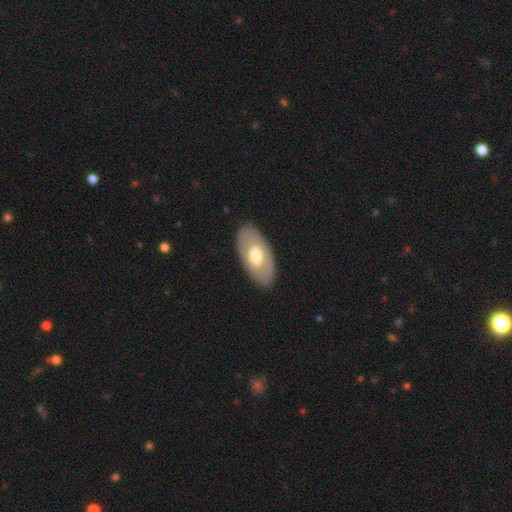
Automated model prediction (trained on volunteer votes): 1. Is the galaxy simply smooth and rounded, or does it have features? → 55% smooth, 40% featured or disk, 5% star or artifact.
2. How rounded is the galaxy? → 94% in between, 4% round, 3% cigar-shaped.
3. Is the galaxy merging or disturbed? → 87% none, 10% minor disturbance, 3% major disturbance, 1% merger.